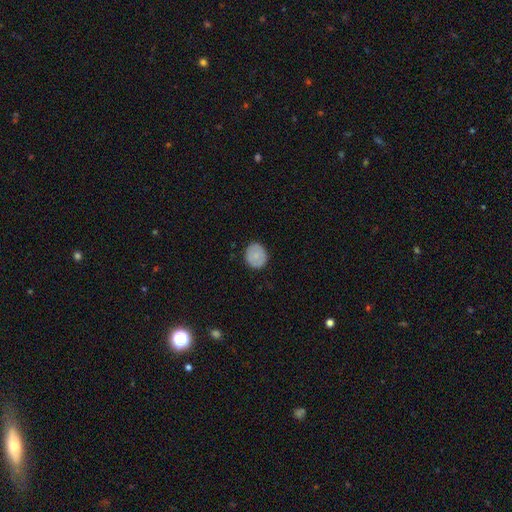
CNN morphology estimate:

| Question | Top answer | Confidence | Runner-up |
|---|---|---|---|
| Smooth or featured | smooth | 77% | featured or disk (16%) |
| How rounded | round | 75% | in between (24%) |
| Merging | none | 86% | minor disturbance (10%) |